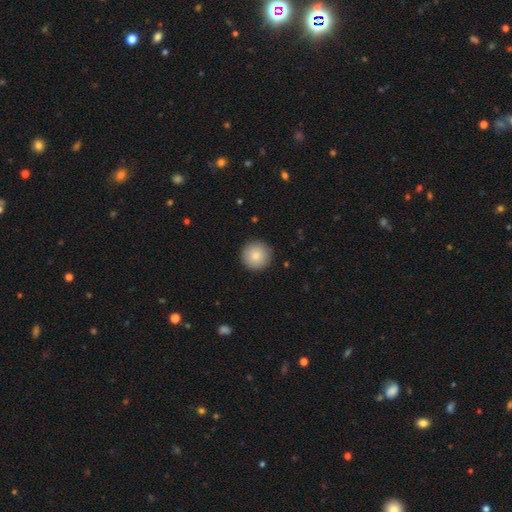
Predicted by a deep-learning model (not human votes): Q: Smooth or featured?
A: smooth (85%); runner-up: featured or disk (8%)
Q: How rounded?
A: round (96%); runner-up: in between (3%)
Q: Merging?
A: none (91%); runner-up: minor disturbance (6%)